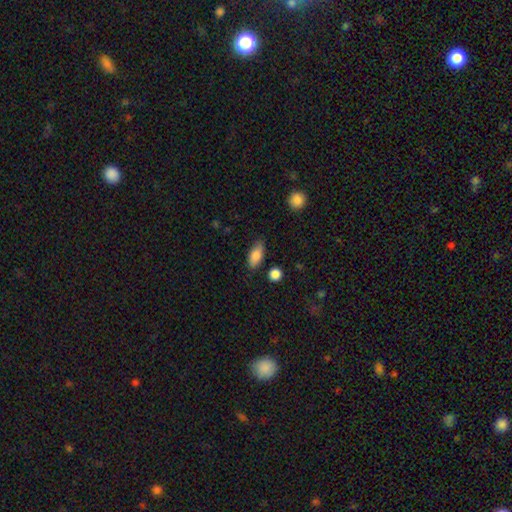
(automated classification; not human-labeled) This is clearly a smooth galaxy (86%). How rounded: clearly in between (86%). Merging: likely none (77%).